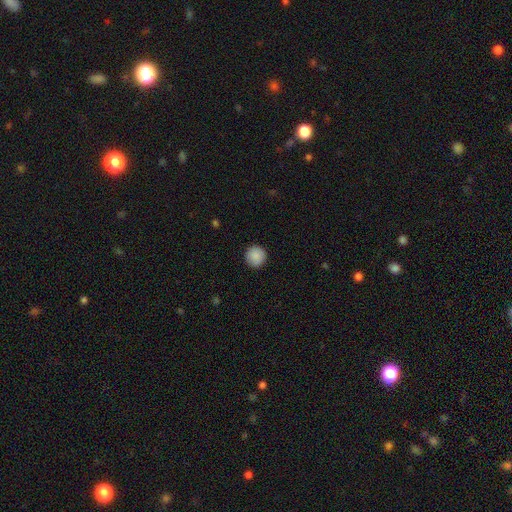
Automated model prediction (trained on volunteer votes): smooth 89%, star or artifact 7%, featured or disk 3%. Down the decision tree: how rounded — round (96%); merging — none (91%).